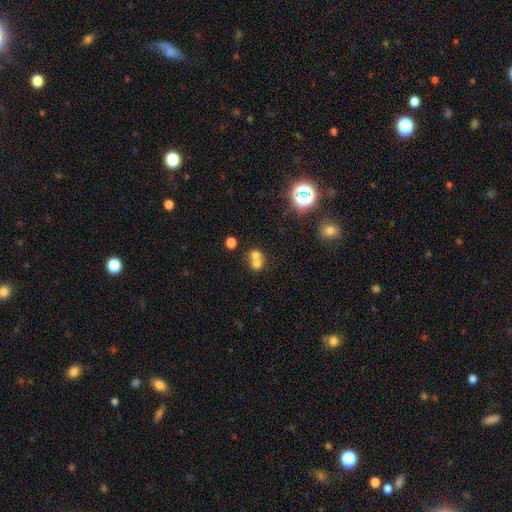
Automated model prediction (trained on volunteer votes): smooth-or-featured: smooth: 67% | featured or disk: 18% | star or artifact: 15%
  how-rounded: round: 72% | in between: 27% | cigar-shaped: 1%
  merging: merger: 65% | none: 27% | minor disturbance: 5% | major disturbance: 3%